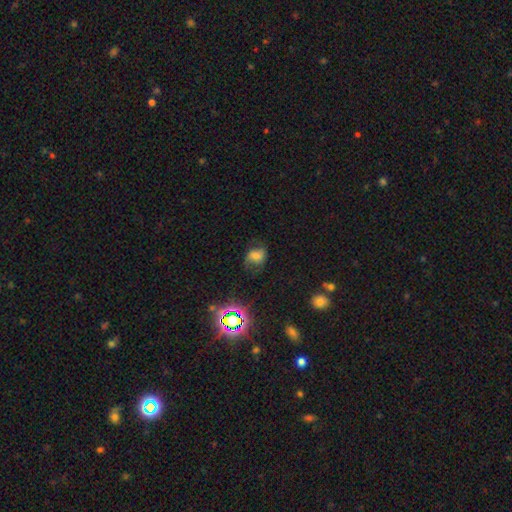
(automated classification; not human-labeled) smooth-or-featured: smooth: 51% | featured or disk: 30% | star or artifact: 19%
  how-rounded: in between: 51% | round: 47% | cigar-shaped: 1%
  merging: none: 57% | minor disturbance: 26% | major disturbance: 15% | merger: 2%